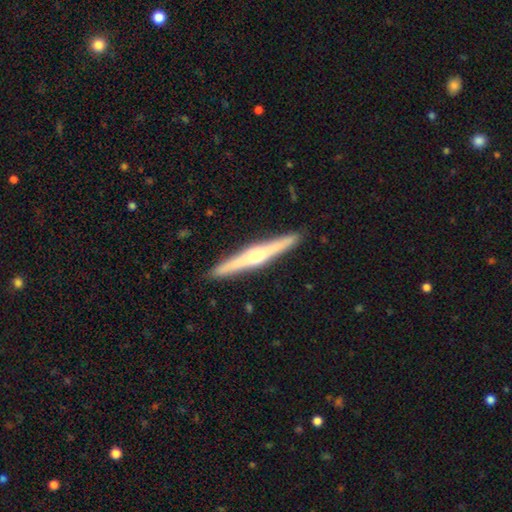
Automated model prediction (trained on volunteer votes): smooth_or_featured: featured or disk (p=0.74) [alt: smooth p=0.21]
disk_edge_on: yes (p=0.98) [alt: no p=0.02]
edge_on_bulge: rounded (p=0.88) [alt: boxy p=0.06]
merging: none (p=0.92) [alt: minor disturbance p=0.06]